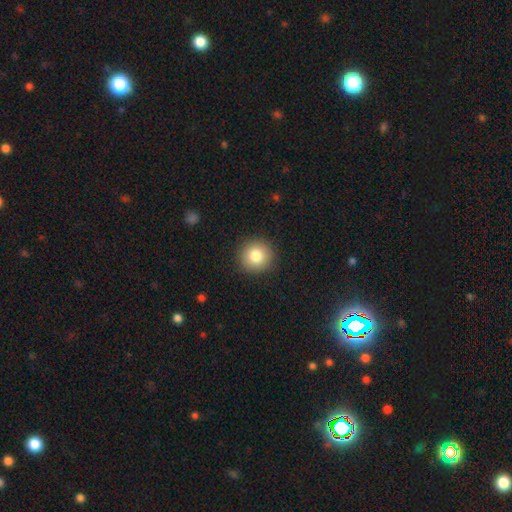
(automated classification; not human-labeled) Smooth or featured? smooth (81%)
How rounded? round (94%)
Merging? none (92%)